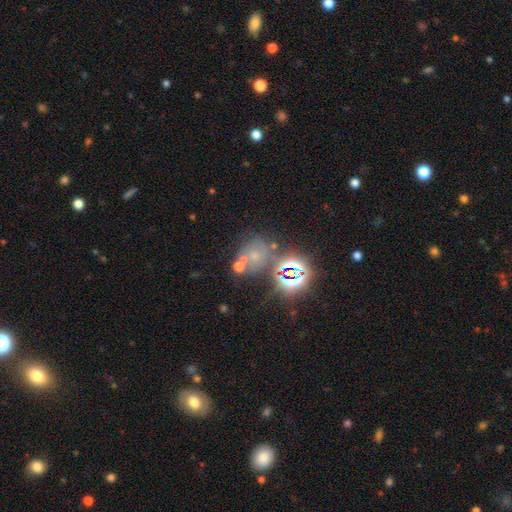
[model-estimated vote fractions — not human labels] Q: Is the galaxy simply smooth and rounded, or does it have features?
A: smooth — 43%.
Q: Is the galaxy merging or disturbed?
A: none — 49%.